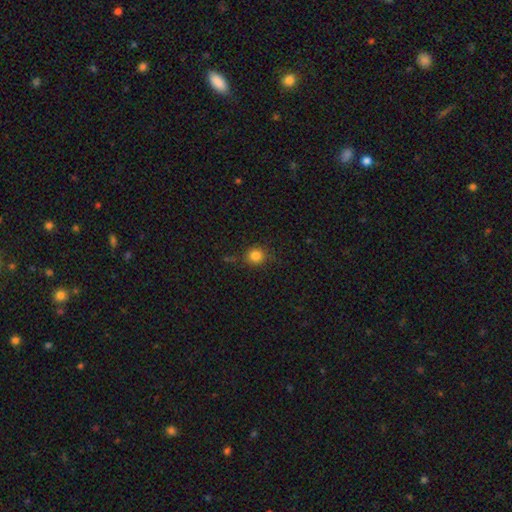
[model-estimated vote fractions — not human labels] smooth 83%, star or artifact 12%, featured or disk 5%. Down the decision tree: how rounded — round (89%); merging — none (82%).